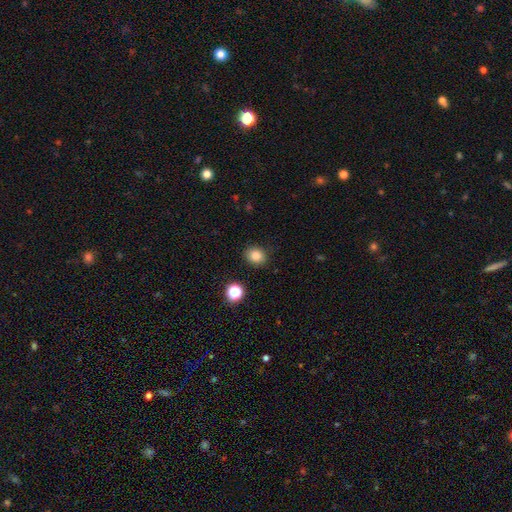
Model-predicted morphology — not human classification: Smooth or featured: smooth — 82% (star or artifact — 12%)
How rounded: round — 67% (in between — 32%)
Merging: none — 89% (minor disturbance — 8%)